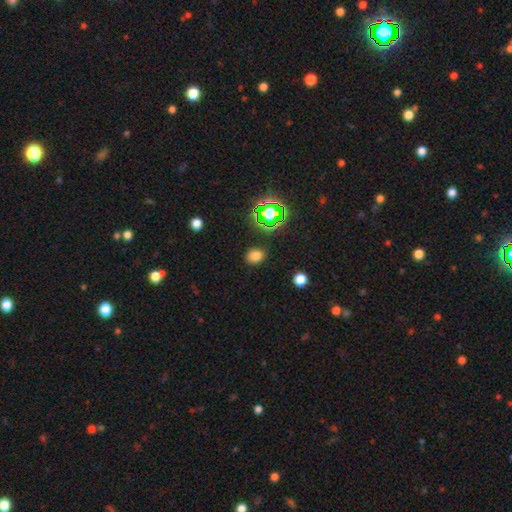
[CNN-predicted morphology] The model was most divided on "how rounded": in between: 57%, round: 42%, cigar-shaped: 1%. More confident: merging — none (84%); smooth or featured — smooth (73%).